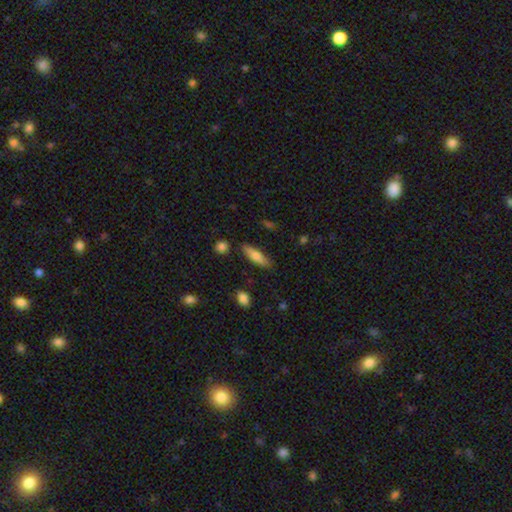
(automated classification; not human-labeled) Morphology: type=smooth (74%); roundness=cigar-shaped (59%); merging=none (83%).